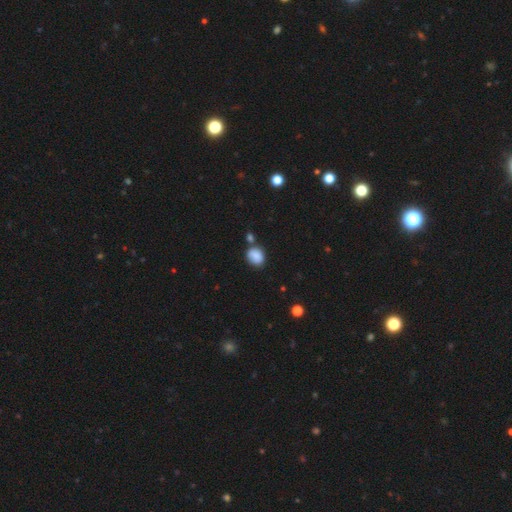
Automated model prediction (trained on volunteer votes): Q: Smooth or featured?
A: smooth (85%); runner-up: star or artifact (9%)
Q: How rounded?
A: round (51%); runner-up: in between (48%)
Q: Merging?
A: none (62%); runner-up: minor disturbance (18%)